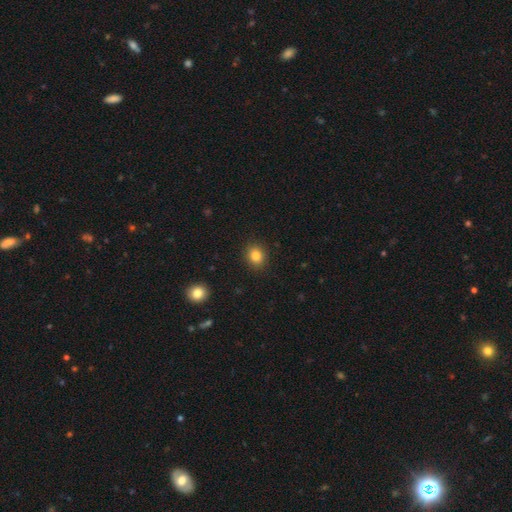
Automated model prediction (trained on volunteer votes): smooth-or-featured: smooth: 84% | star or artifact: 11% | featured or disk: 5%
  how-rounded: round: 70% | in between: 29% | cigar-shaped: 1%
  merging: none: 90% | minor disturbance: 7% | major disturbance: 2% | merger: 1%